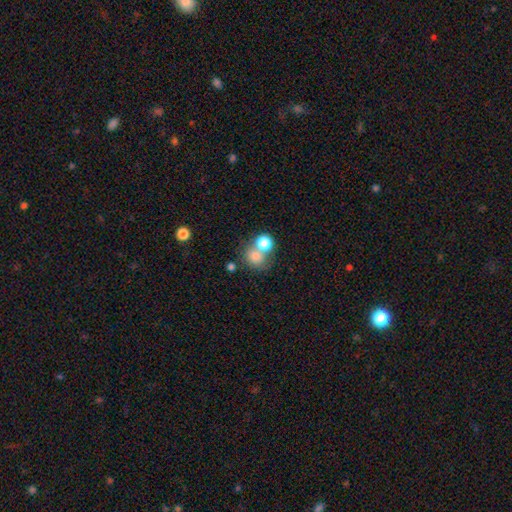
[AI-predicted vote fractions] A smooth galaxy with no disk features (76%) that is round (75%).

Vote fractions:
- Smooth or featured? smooth: 76% / star or artifact: 13% / featured or disk: 11%
- How rounded? round: 75% / in between: 24% / cigar-shaped: 1%
- Merging? none: 45% / merger: 42% / minor disturbance: 9% / major disturbance: 5%